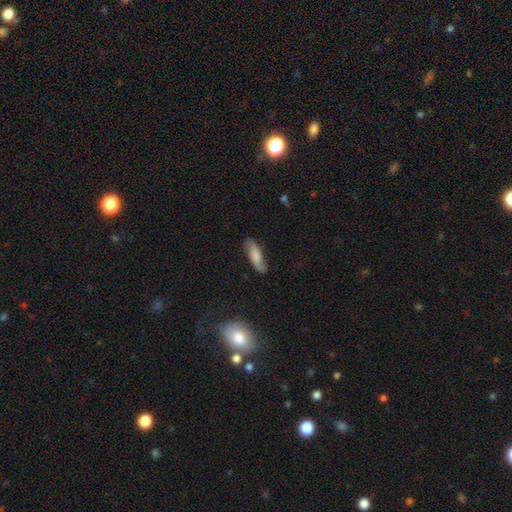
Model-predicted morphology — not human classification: Q: Smooth or featured?
A: smooth (63%); runner-up: featured or disk (31%)
Q: How rounded?
A: cigar-shaped (49%); tied with: in between (49%)
Q: Merging?
A: none (78%); runner-up: minor disturbance (17%)